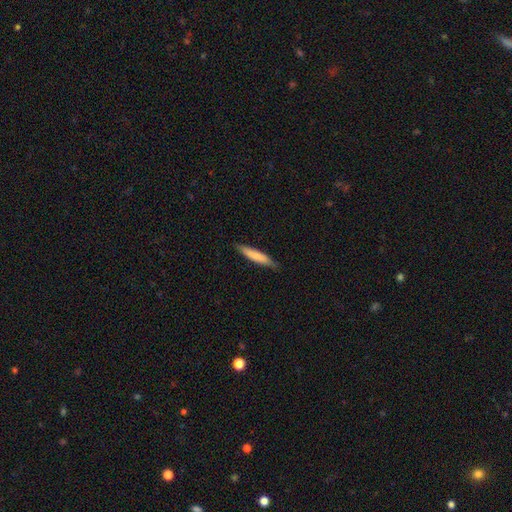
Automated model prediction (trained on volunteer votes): Overall: smooth (78%). How rounded: cigar-shaped (88%). Merging: none (85%).